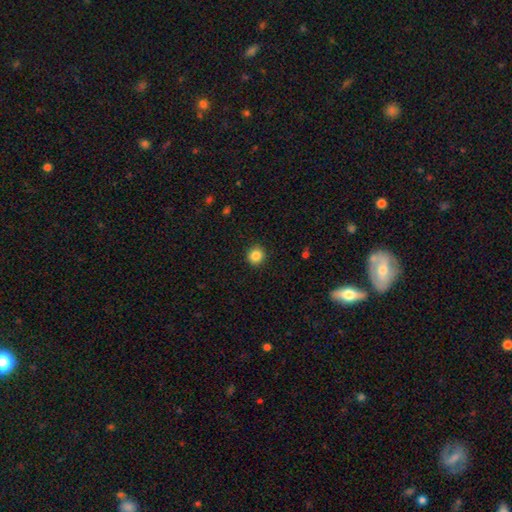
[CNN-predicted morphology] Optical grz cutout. It shows a smooth galaxy with no disk features (86%) that is round (91%). Merging: none (91%).